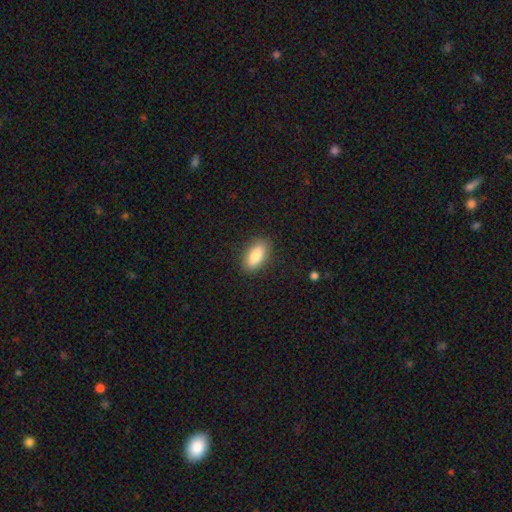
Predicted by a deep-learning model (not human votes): smooth_or_featured: smooth (p=0.84) [alt: featured or disk p=0.09]
how_rounded: in between (p=0.88) [alt: cigar-shaped p=0.08]
merging: none (p=0.87) [alt: minor disturbance p=0.09]